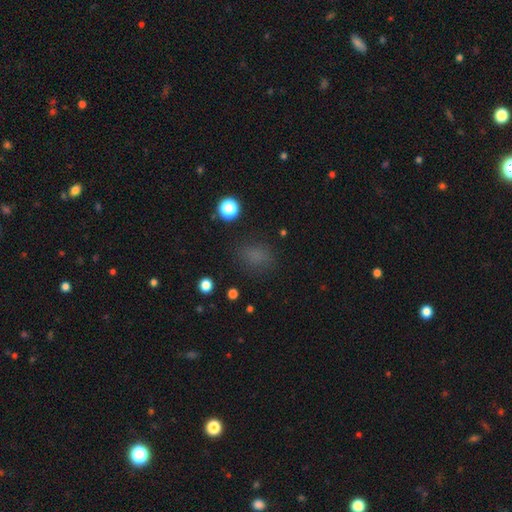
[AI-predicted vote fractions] smooth_or_featured: smooth (p=0.71) [alt: star or artifact p=0.23]
how_rounded: in between (p=0.54) [alt: round p=0.44]
merging: none (p=0.78) [alt: minor disturbance p=0.14]